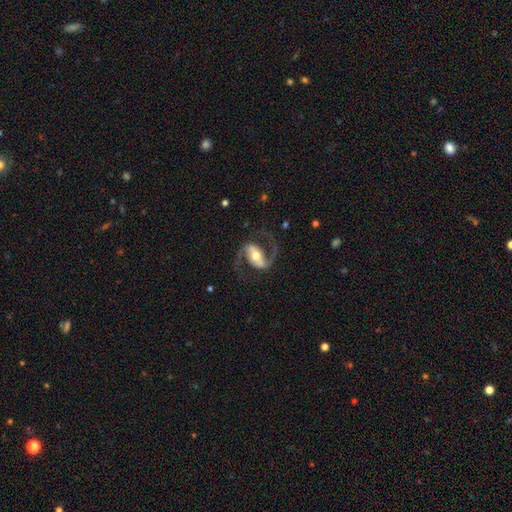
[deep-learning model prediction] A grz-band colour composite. It shows a featured or disk galaxy (91%) with a strong bar (52%), 2 (94%) medium (55%) spiral arms (97%) and a moderate central bulge (67%). Merging: none (78%).